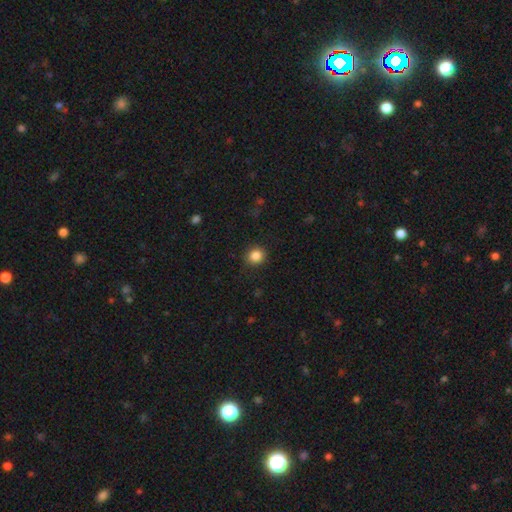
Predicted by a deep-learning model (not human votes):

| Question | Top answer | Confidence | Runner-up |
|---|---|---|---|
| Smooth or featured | smooth | 86% | star or artifact (10%) |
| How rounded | round | 85% | in between (14%) |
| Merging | none | 88% | minor disturbance (8%) |